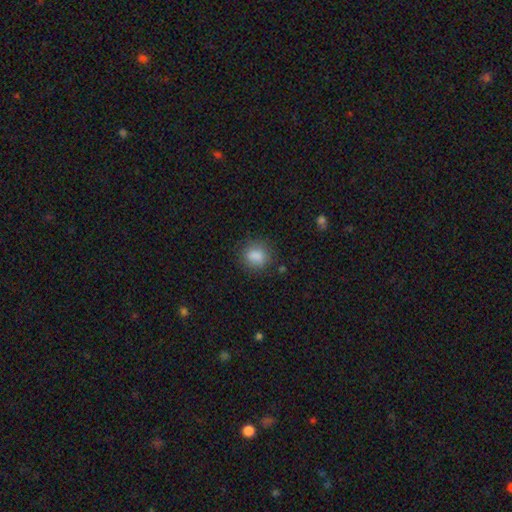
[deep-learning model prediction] This appears to be a smooth galaxy with no disk features (84%) that is round (66%). Merging: none (78%).